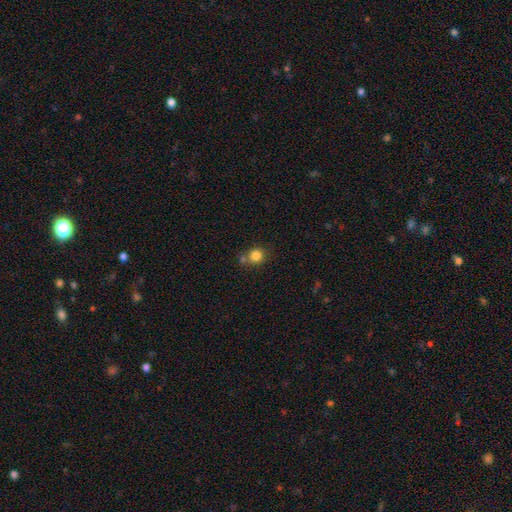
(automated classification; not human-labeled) A smooth galaxy with no disk features (83%) that is round (86%).

Vote fractions:
- Smooth or featured? smooth: 83% / star or artifact: 11% / featured or disk: 6%
- How rounded? round: 86% / in between: 13% / cigar-shaped: 1%
- Merging? none: 60% / merger: 26% / minor disturbance: 11% / major disturbance: 4%